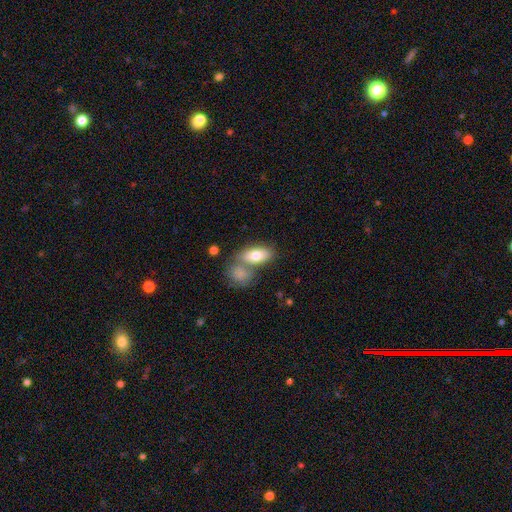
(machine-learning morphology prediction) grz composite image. It shows a smooth galaxy with no disk features (79%) that is in between round and cigar-shaped (90%). Merging: none (45%).